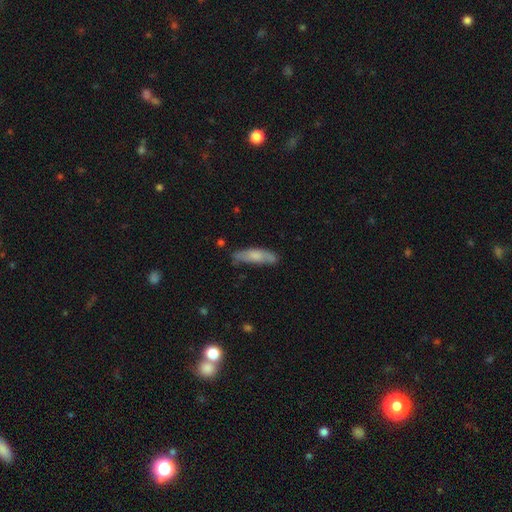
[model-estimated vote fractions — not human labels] This appears to be a smooth galaxy with no disk features (65%) that is cigar-shaped (63%). Merging: none (68%).